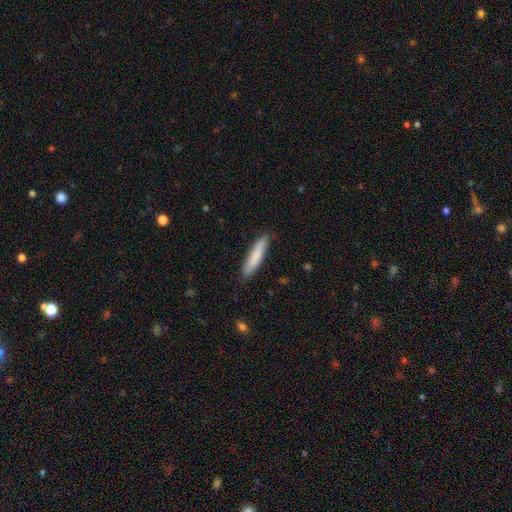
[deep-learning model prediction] Smooth or featured?
  - smooth: 81% *
  - featured or disk: 13%
  - star or artifact: 6%
How rounded?
  - cigar-shaped: 89% *
  - in between: 10%
  - round: 1%
Merging?
  - none: 86% *
  - minor disturbance: 11%
  - major disturbance: 2%
  - merger: 1%